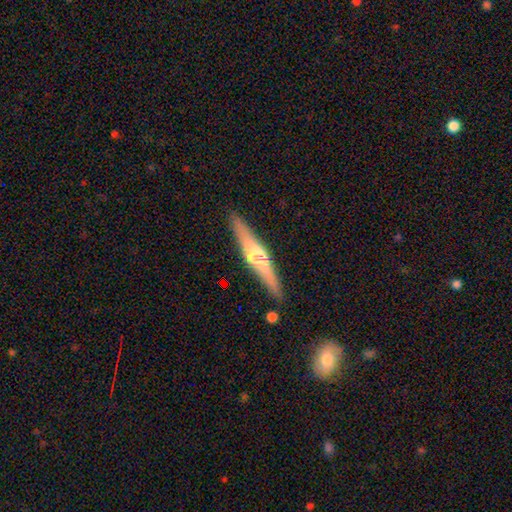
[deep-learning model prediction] Overall: featured or disk (64%; smooth 31%). Edge-on disk: yes (95%). Edge-on bulge: rounded (89%). Merging: none (88%).